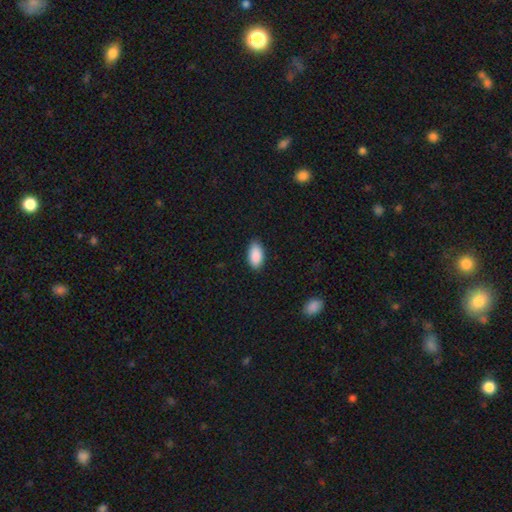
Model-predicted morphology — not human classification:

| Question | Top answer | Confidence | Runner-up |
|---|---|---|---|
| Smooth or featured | smooth | 90% | star or artifact (6%) |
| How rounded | in between | 94% | cigar-shaped (3%) |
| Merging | none | 88% | minor disturbance (9%) |